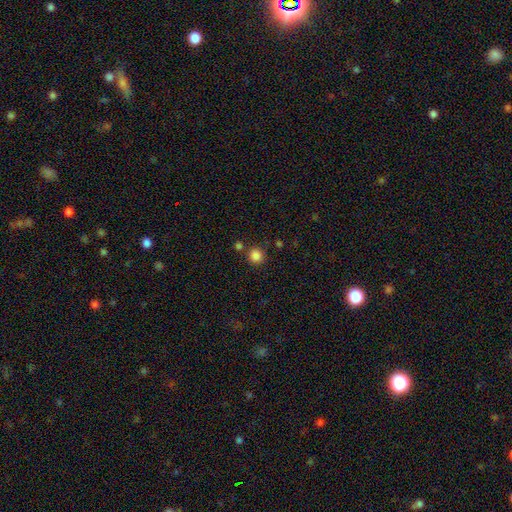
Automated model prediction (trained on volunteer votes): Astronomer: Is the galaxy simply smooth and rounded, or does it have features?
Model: smooth — 85%.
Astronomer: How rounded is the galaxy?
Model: round — 91%.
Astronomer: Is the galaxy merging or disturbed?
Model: none — 81%.